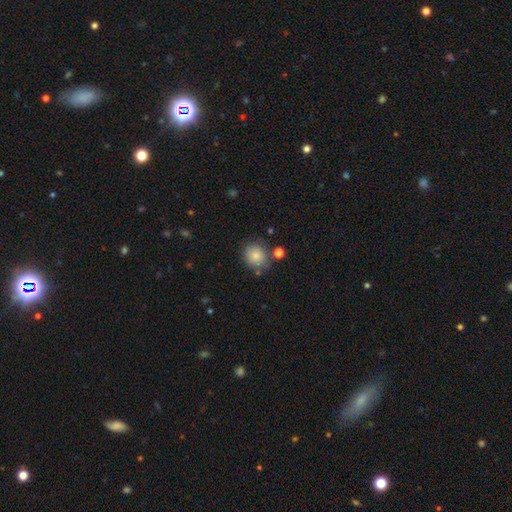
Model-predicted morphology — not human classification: type=smooth (84%); roundness=round (81%); merging=none (75%).